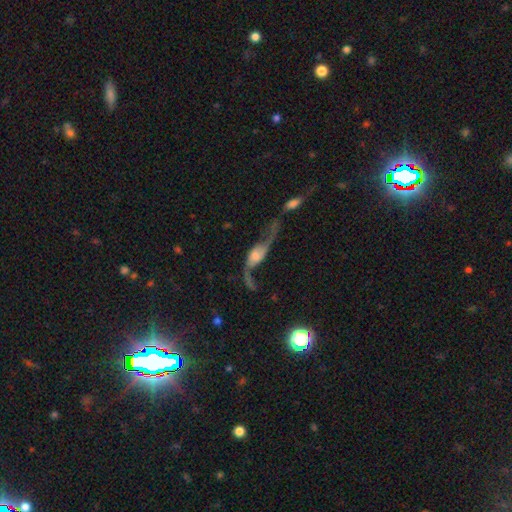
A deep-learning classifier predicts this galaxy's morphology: smooth-or-featured: featured or disk: 79% | smooth: 14% | star or artifact: 7%
  disk-edge-on: no: 87% | yes: 13%
    bar: no: 52% | weak: 35% | strong: 12%
    has-spiral-arms: yes: 89% | no: 11%
      spiral-winding: loose: 93% | medium: 5% | tight: 2%
      spiral-arm-count: 2: 90% | 1: 5% | can't tell: 2% | 3: 1% | 4: 1% | more than 4: 1%
    bulge-size: moderate: 35% | small: 26% | large: 18% | none: 16% | dominant: 4%
  merging: major disturbance: 33% | none: 32% | merger: 18% | minor disturbance: 16%